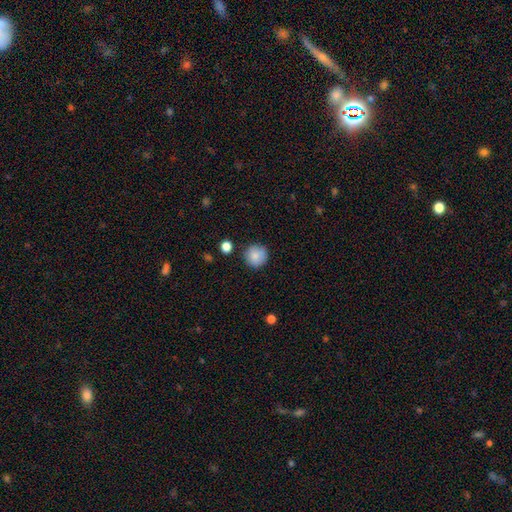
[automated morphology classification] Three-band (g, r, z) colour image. It shows a smooth galaxy with no disk features (85%) that is round (95%). Merging: none (86%).